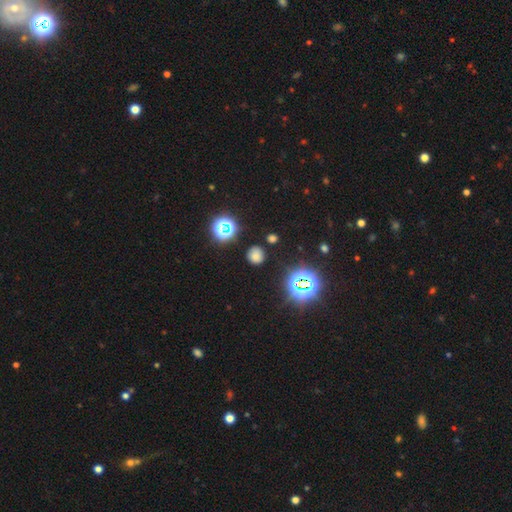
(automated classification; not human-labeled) smooth-or-featured: smooth: 67% | star or artifact: 26% | featured or disk: 7%
  how-rounded: round: 86% | in between: 13% | cigar-shaped: 1%
  merging: none: 84% | minor disturbance: 10% | major disturbance: 3% | merger: 2%